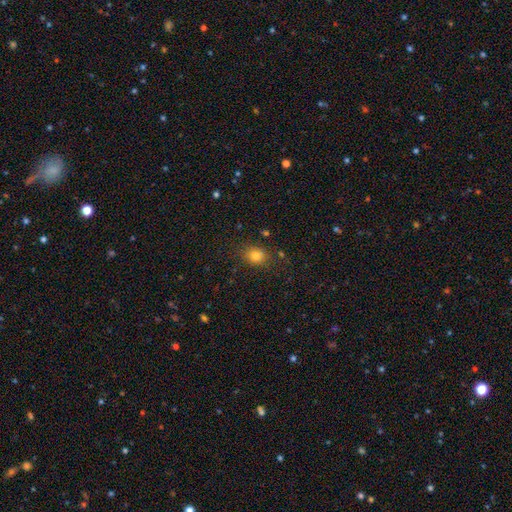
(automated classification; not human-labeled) This is likely a smooth galaxy (80%). How rounded: possibly round (51%). Merging: likely none (80%).